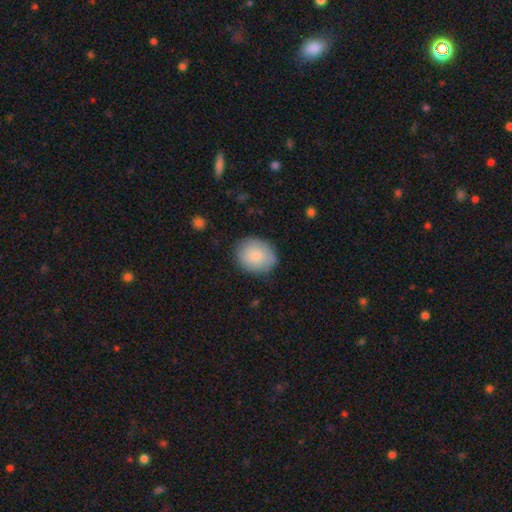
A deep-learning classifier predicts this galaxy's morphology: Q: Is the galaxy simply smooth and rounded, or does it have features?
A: smooth — 82%.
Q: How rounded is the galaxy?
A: round — 55%.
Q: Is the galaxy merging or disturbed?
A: none — 82%.